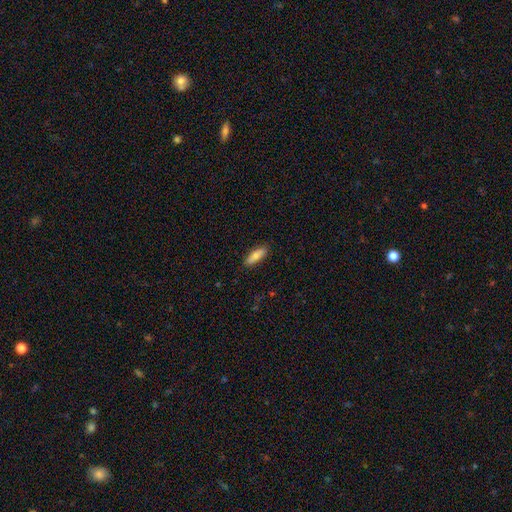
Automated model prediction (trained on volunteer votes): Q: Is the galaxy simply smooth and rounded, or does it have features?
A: smooth — 78%.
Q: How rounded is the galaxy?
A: in between — 53%.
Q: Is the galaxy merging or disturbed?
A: none — 87%.